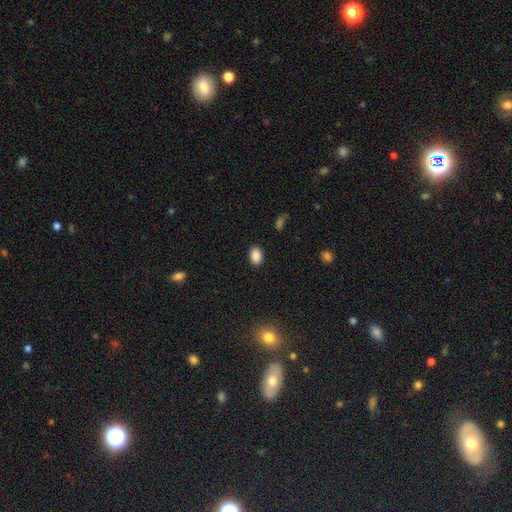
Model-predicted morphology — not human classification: This appears to be a smooth galaxy with no disk features (88%) that is in between round and cigar-shaped (85%). Merging: none (88%).